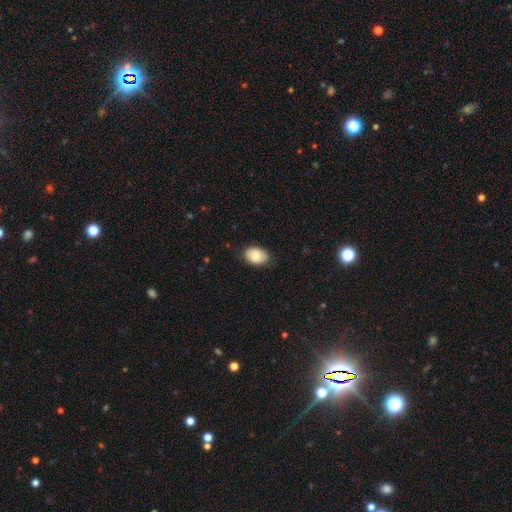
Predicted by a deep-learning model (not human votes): Smooth or featured? smooth (81%)
How rounded? in between (82%)
Merging? none (83%)